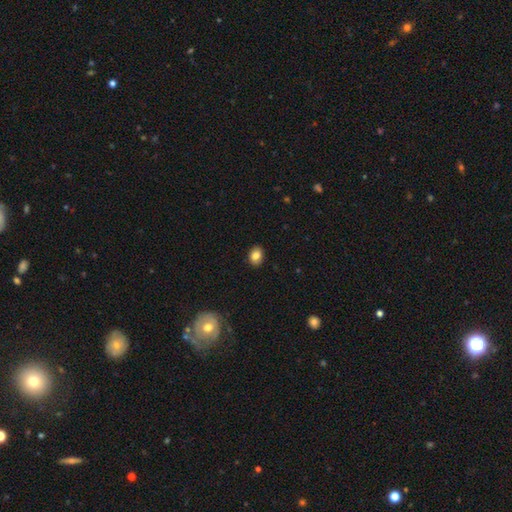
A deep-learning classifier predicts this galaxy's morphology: Overall: smooth (84%). How rounded: in between (68%; round 31%). Merging: none (88%).